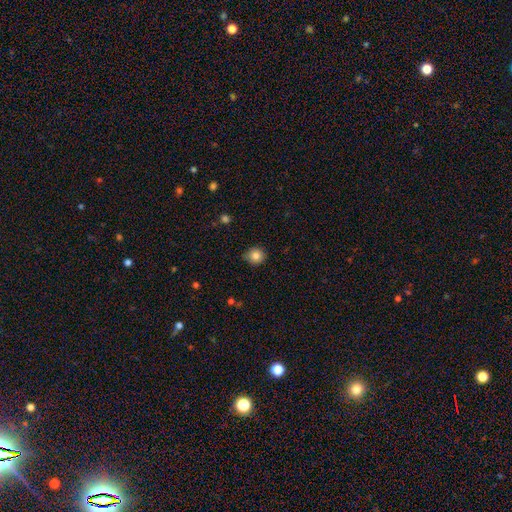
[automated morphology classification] Q: Smooth or featured?
A: smooth (83%); runner-up: star or artifact (11%)
Q: How rounded?
A: round (91%); runner-up: in between (8%)
Q: Merging?
A: none (85%); runner-up: minor disturbance (11%)